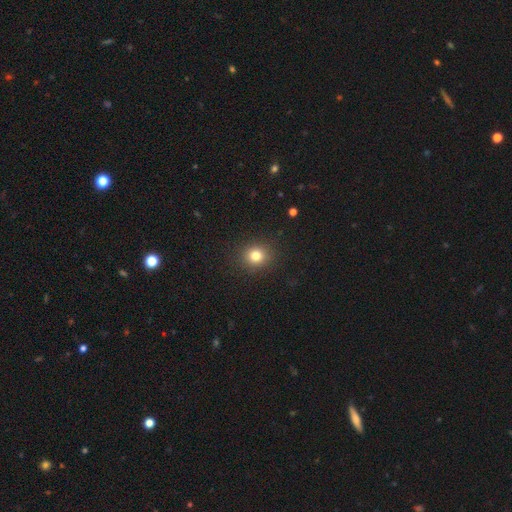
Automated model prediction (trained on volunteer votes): This appears to be a smooth galaxy with no disk features (80%) that is round (83%). Merging: none (90%).